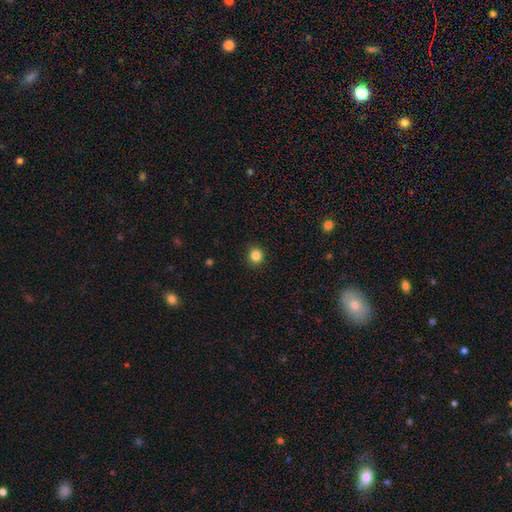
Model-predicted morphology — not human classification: type=smooth (84%); roundness=round (91%); merging=none (91%).